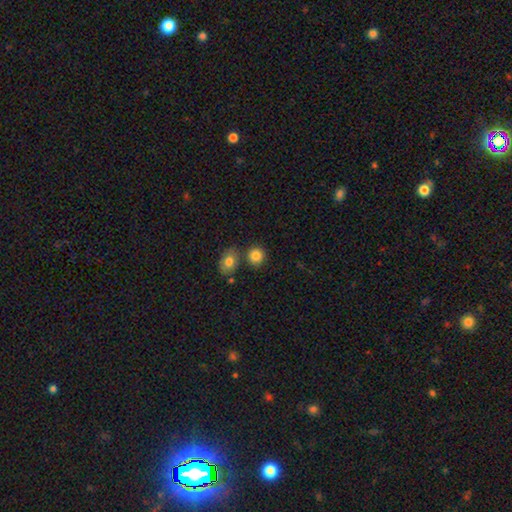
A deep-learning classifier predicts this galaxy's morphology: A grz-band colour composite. It shows a smooth galaxy with no disk features (85%) that is round (81%). Merging: none (71%).